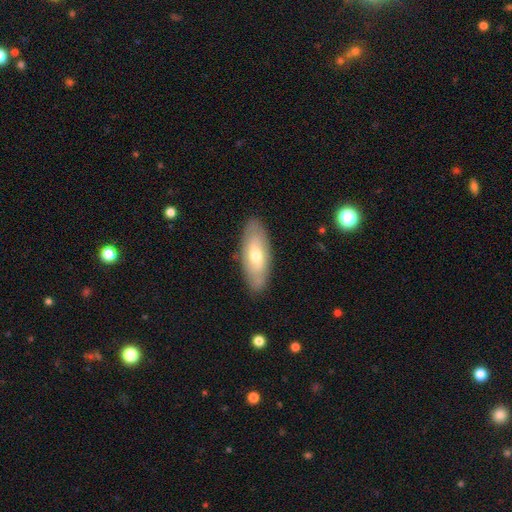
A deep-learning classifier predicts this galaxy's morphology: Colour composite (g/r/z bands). It shows a smooth galaxy with no disk features (52%) that is in between round and cigar-shaped (77%). Merging: none (85%).